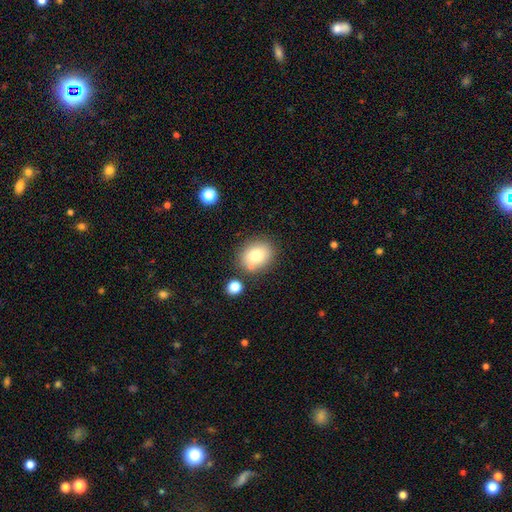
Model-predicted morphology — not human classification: smooth_or_featured: smooth (p=0.77) [alt: featured or disk p=0.13]
how_rounded: round (p=0.53) [alt: in between p=0.46]
merging: none (p=0.74) [alt: minor disturbance p=0.13]